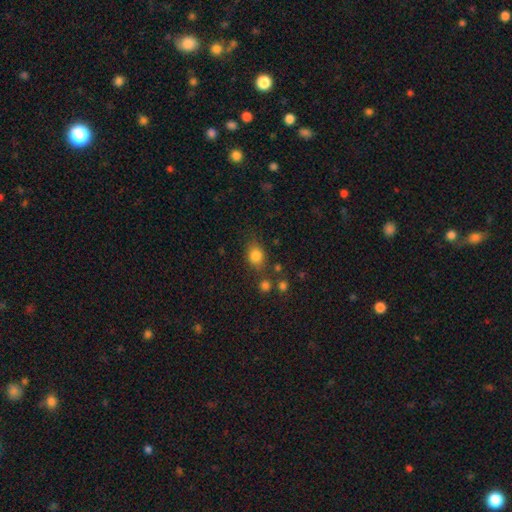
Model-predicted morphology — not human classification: A smooth galaxy with no disk features (81%) that is round (53%).

Vote fractions:
- Smooth or featured? smooth: 81% / star or artifact: 11% / featured or disk: 8%
- How rounded? round: 53% / in between: 46% / cigar-shaped: 2%
- Merging? none: 69% / minor disturbance: 17% / merger: 7% / major disturbance: 6%